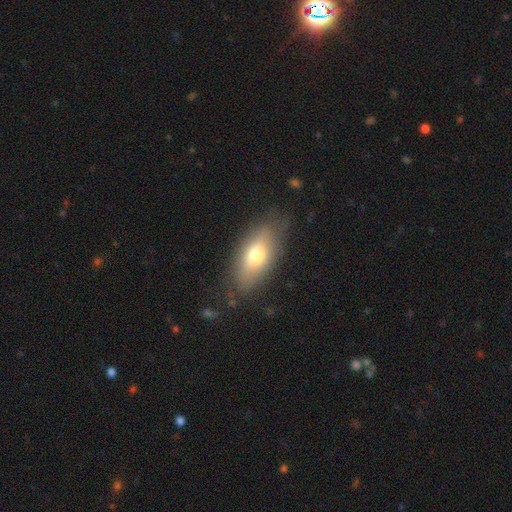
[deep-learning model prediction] A smooth galaxy with no disk features (67%) that is in between round and cigar-shaped (81%).

Vote fractions:
- Smooth or featured? smooth: 67% / featured or disk: 25% / star or artifact: 7%
- How rounded? in between: 81% / cigar-shaped: 15% / round: 4%
- Merging? none: 78% / minor disturbance: 16% / major disturbance: 5% / merger: 1%